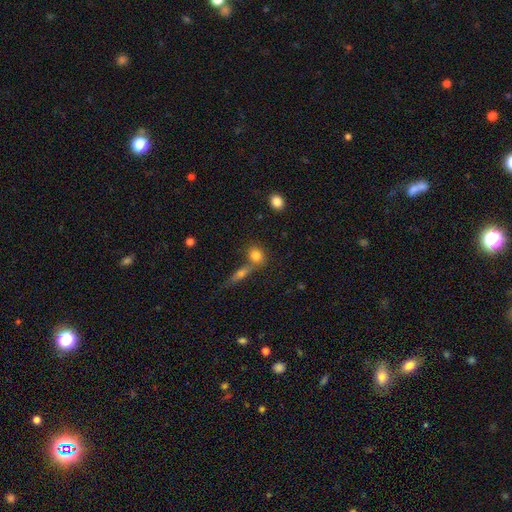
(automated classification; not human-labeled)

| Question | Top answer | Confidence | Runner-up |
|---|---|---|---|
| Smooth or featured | smooth | 79% | featured or disk (10%) |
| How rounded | round | 50% | in between (45%) |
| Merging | none | 53% | merger (34%) |